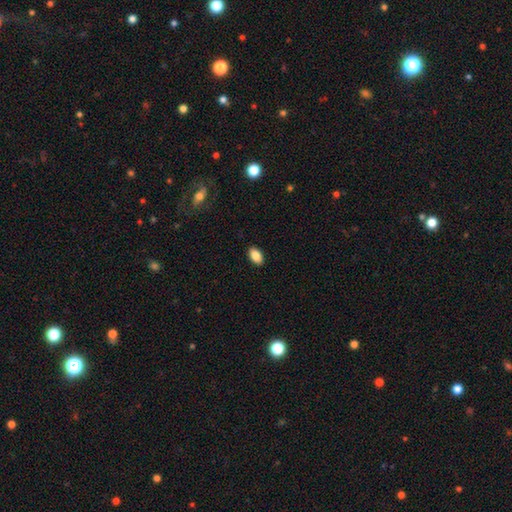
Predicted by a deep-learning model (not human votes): Smooth or featured? Predicted: smooth (p=0.87). How rounded? Predicted: in between (p=0.93). Merging? Predicted: none (p=0.90).